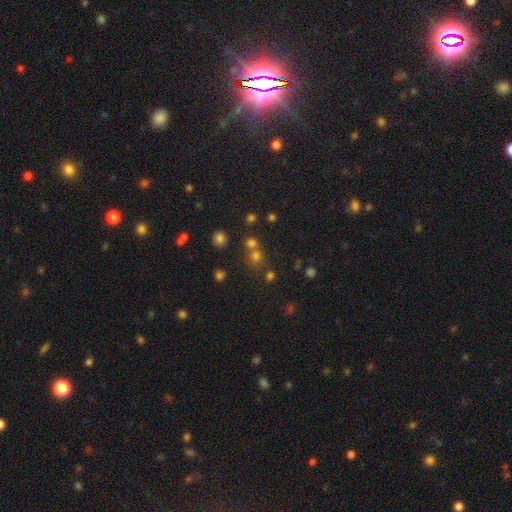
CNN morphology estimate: type=smooth (60%); roundness=round (86%); merging=none (59%).